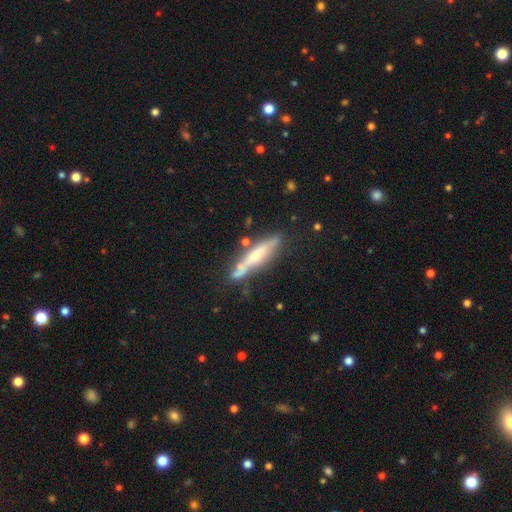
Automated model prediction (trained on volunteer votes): The model was most divided on "smooth or featured": featured or disk: 53%, smooth: 40%, star or artifact: 7%. More confident: edge-on disk — yes (82%); merging — none (61%).